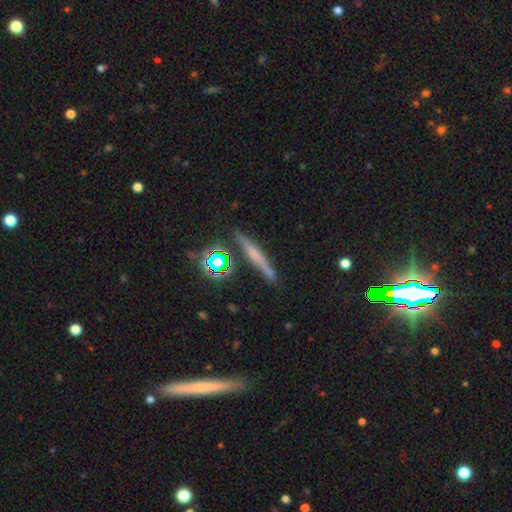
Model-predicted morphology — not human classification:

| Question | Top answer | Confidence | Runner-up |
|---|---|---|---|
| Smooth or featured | featured or disk | 44% | smooth (37%) |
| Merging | none | 83% | minor disturbance (10%) |